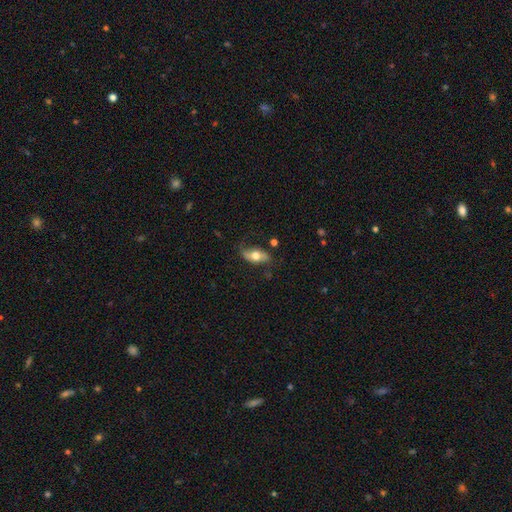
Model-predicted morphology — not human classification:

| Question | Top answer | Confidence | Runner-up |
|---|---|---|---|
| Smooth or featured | smooth | 51% | featured or disk (43%) |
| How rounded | in between | 82% | cigar-shaped (12%) |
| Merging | none | 67% | minor disturbance (22%) |